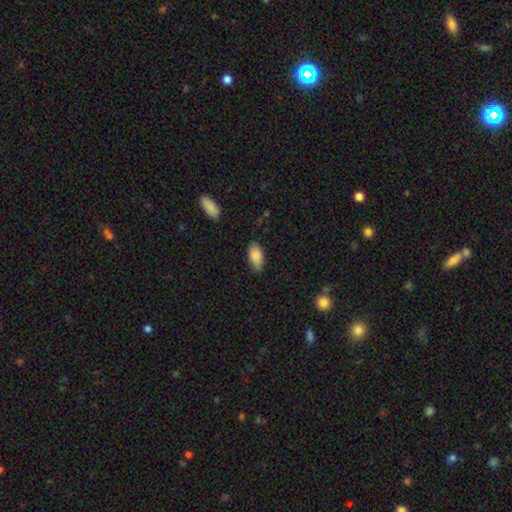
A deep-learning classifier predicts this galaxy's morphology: Smooth or featured?
  - smooth: 84% *
  - featured or disk: 9%
  - star or artifact: 7%
How rounded?
  - in between: 91% *
  - cigar-shaped: 7%
  - round: 2%
Merging?
  - none: 81% *
  - minor disturbance: 15%
  - major disturbance: 2%
  - merger: 1%